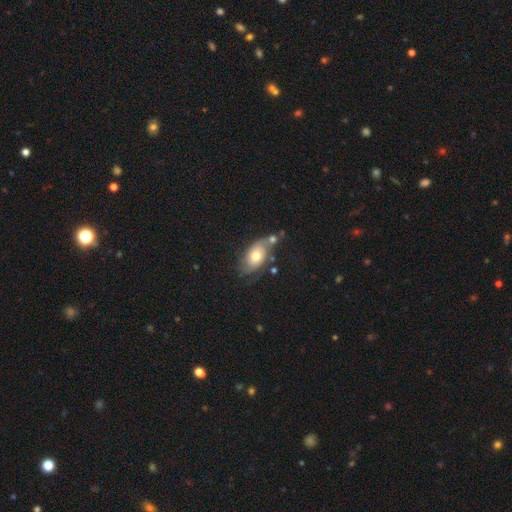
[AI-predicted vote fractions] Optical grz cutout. It shows a smooth galaxy with no disk features (52%) that is in between round and cigar-shaped (86%). Merging: none (46%).